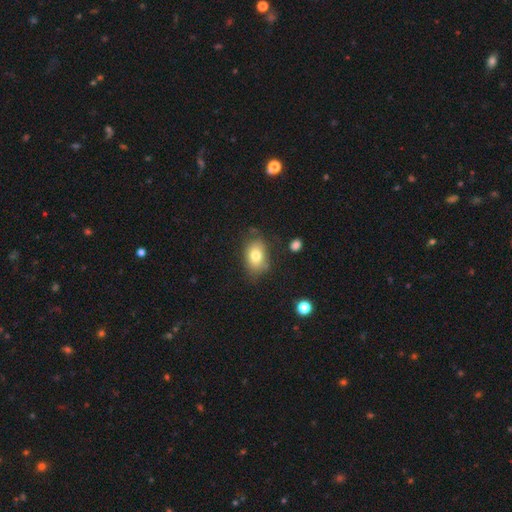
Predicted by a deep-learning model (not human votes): Smooth or featured? smooth (77%)
How rounded? in between (81%)
Merging? none (72%)